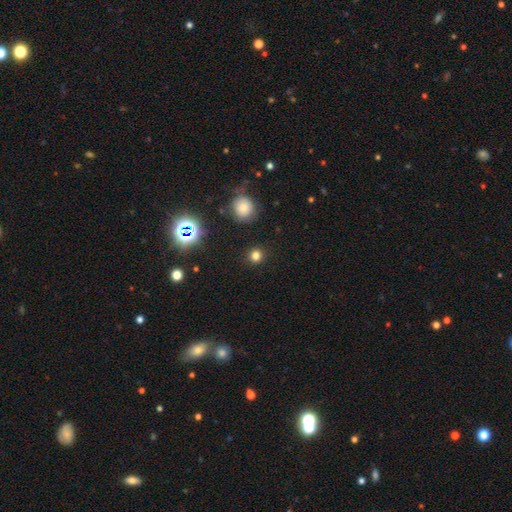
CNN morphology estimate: This is likely a smooth galaxy (76%). How rounded: clearly round (89%). Merging: clearly none (89%).